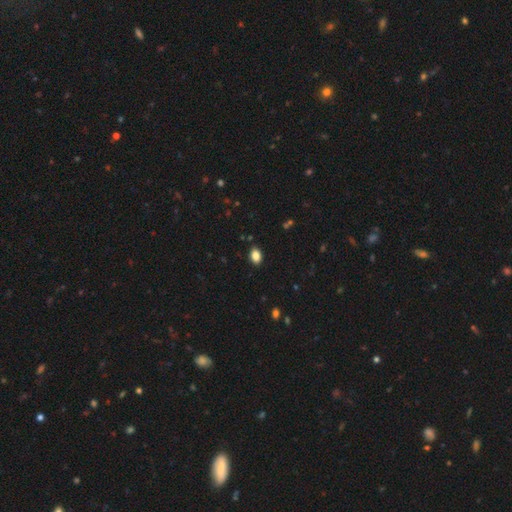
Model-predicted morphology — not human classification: This appears to be a smooth galaxy with no disk features (85%) that is in between round and cigar-shaped (80%). Merging: none (88%).